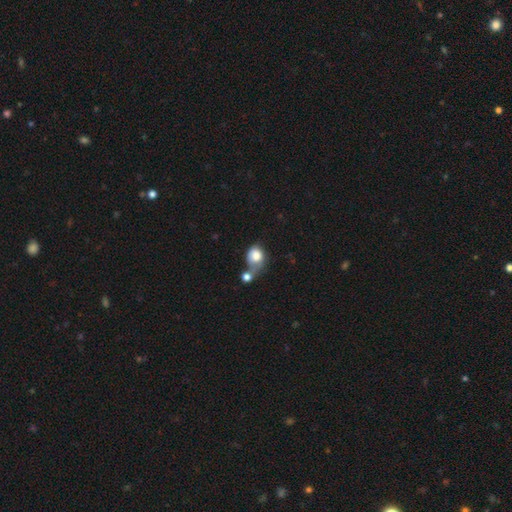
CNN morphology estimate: smooth_or_featured: smooth (p=0.80) [alt: featured or disk p=0.12]
how_rounded: round (p=0.59) [alt: in between p=0.40]
merging: merger (p=0.46) [alt: none p=0.23]